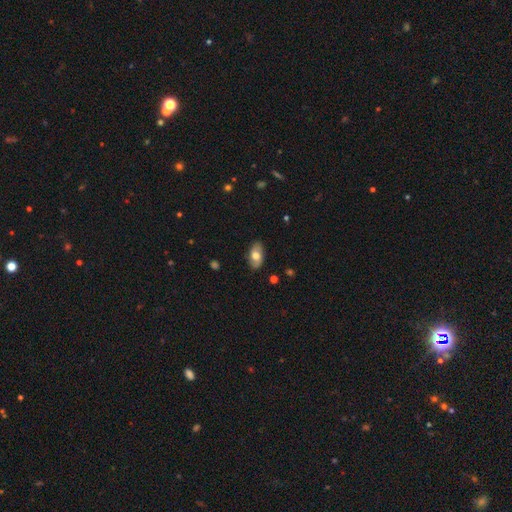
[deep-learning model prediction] A smooth galaxy with no disk features (64%) that is in between round and cigar-shaped (92%).

Vote fractions:
- Smooth or featured? smooth: 64% / featured or disk: 30% / star or artifact: 6%
- How rounded? in between: 92% / round: 5% / cigar-shaped: 3%
- Merging? none: 84% / minor disturbance: 12% / major disturbance: 2% / merger: 1%